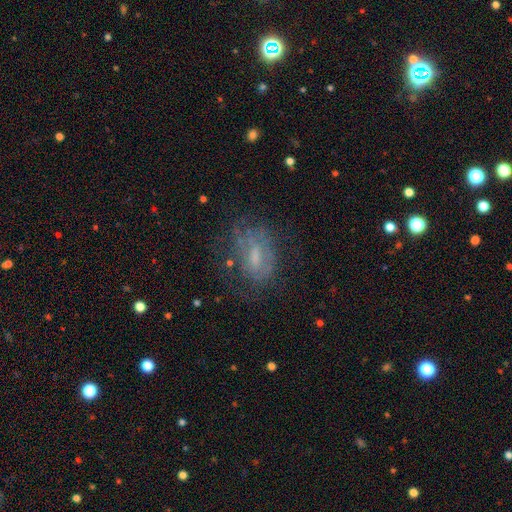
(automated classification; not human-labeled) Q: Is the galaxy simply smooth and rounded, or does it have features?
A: featured or disk — 50%.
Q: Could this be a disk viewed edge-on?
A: no — 93%.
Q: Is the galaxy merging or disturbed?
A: none — 57%.